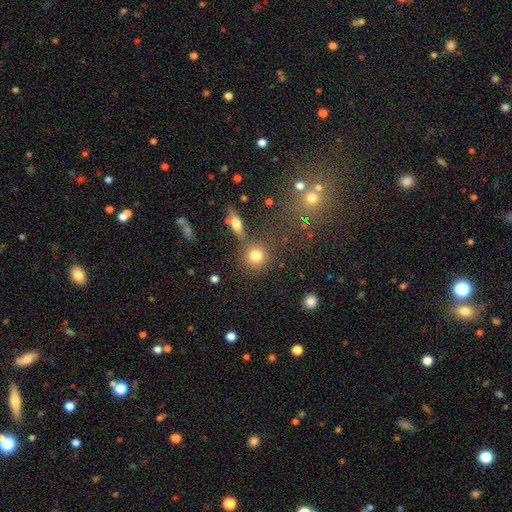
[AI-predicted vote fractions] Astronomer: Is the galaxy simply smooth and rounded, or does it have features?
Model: smooth — 79%.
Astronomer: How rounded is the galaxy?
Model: round — 88%.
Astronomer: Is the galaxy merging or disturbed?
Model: none — 74%.